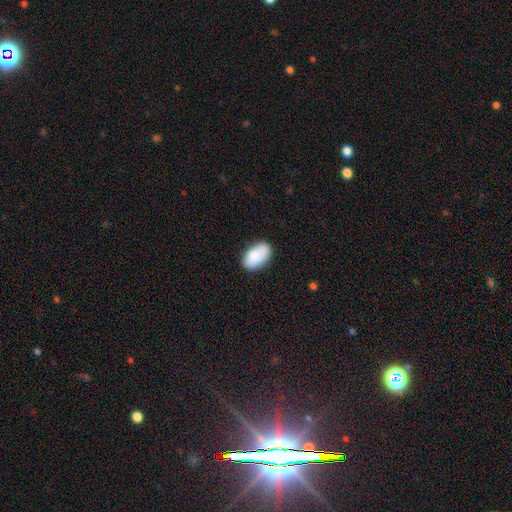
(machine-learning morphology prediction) smooth_or_featured: smooth (p=0.83) [alt: featured or disk p=0.10]
how_rounded: in between (p=0.93) [alt: round p=0.05]
merging: none (p=0.71) [alt: minor disturbance p=0.20]